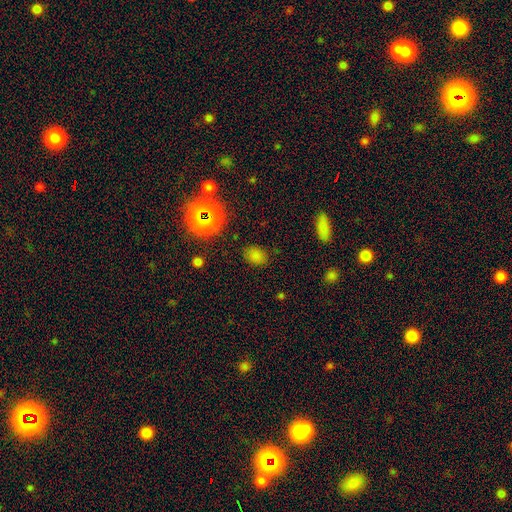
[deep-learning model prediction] Smooth or featured? smooth (73%)
How rounded? in between (66%)
Merging? none (84%)